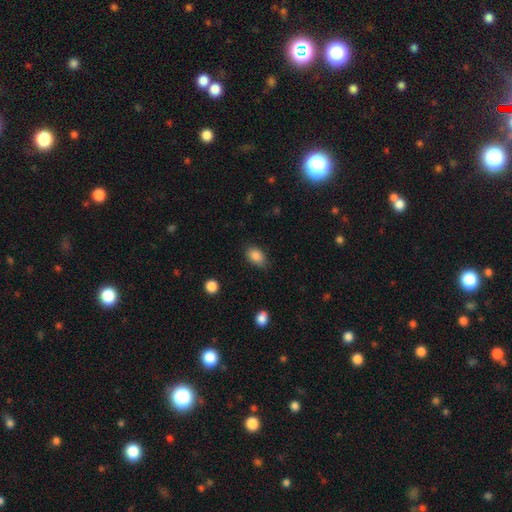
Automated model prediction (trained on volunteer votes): This appears to be a smooth galaxy with no disk features (87%) that is in between round and cigar-shaped (86%). Merging: none (74%).